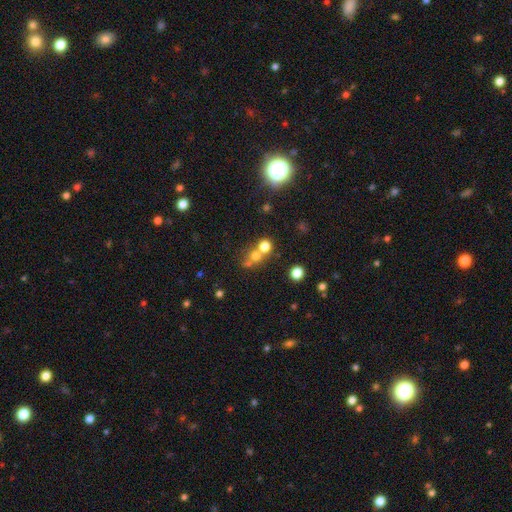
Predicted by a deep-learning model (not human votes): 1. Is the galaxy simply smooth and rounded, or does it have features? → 65% smooth, 23% star or artifact, 13% featured or disk.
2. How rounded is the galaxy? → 85% round, 14% in between, 1% cigar-shaped.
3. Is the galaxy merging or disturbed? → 48% none, 41% merger, 7% minor disturbance, 4% major disturbance.